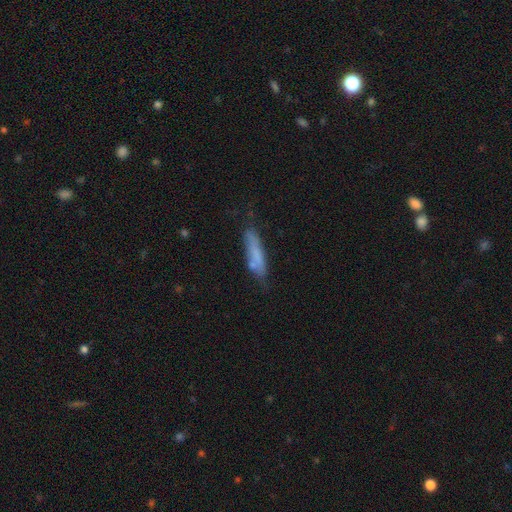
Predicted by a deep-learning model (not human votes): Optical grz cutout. It shows a smooth galaxy with no disk features (68%) that is cigar-shaped (80%). Merging: none (64%).